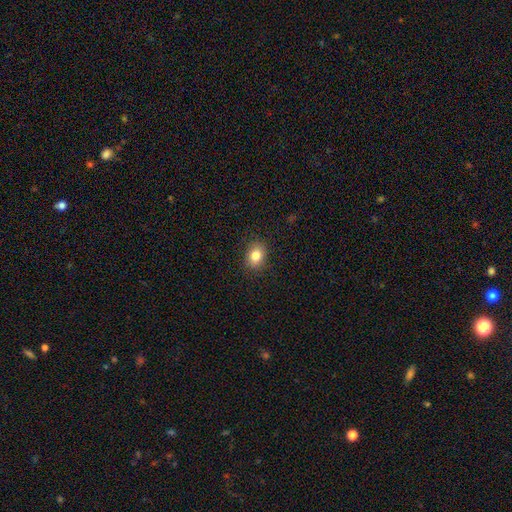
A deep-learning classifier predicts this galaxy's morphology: This is clearly a smooth galaxy (83%). How rounded: possibly in between (58%). Merging: clearly none (88%).